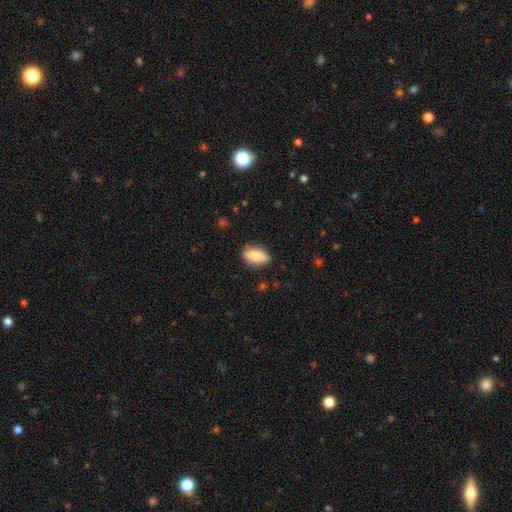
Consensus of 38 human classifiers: smooth 82%, featured or disk 13%, star or artifact 5%. Down the decision tree: how rounded — in between (90%); merging — none (89%).